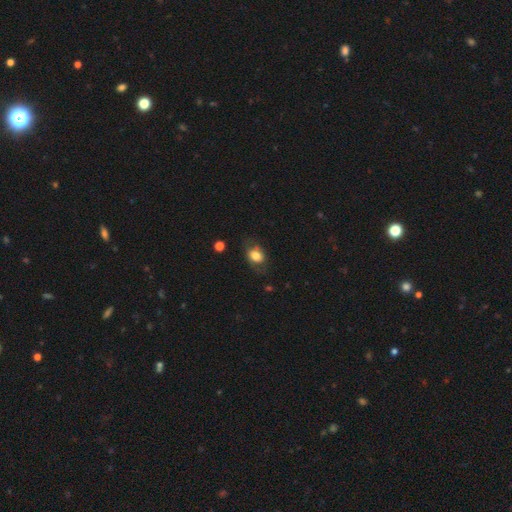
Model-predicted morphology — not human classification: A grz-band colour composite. It shows a smooth galaxy with no disk features (73%) that is in between round and cigar-shaped (70%). Merging: none (67%).